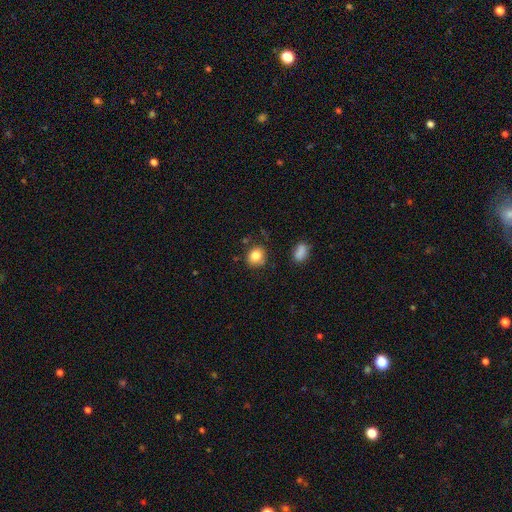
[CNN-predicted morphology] Q: Smooth or featured?
A: smooth (83%); runner-up: star or artifact (10%)
Q: How rounded?
A: round (70%); runner-up: in between (29%)
Q: Merging?
A: none (76%); runner-up: minor disturbance (16%)